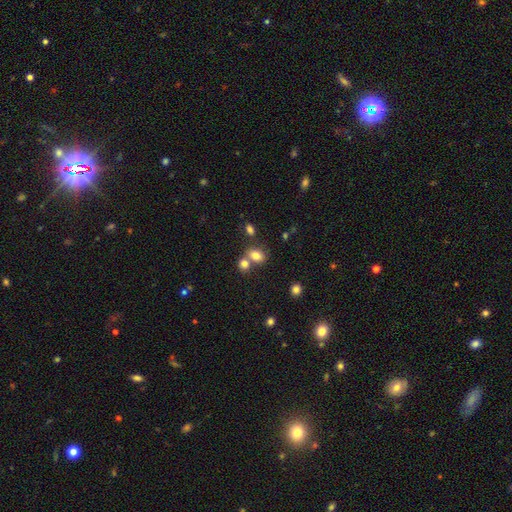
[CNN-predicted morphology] Smooth or featured? smooth (78%)
How rounded? in between (65%)
Merging? none (48%)